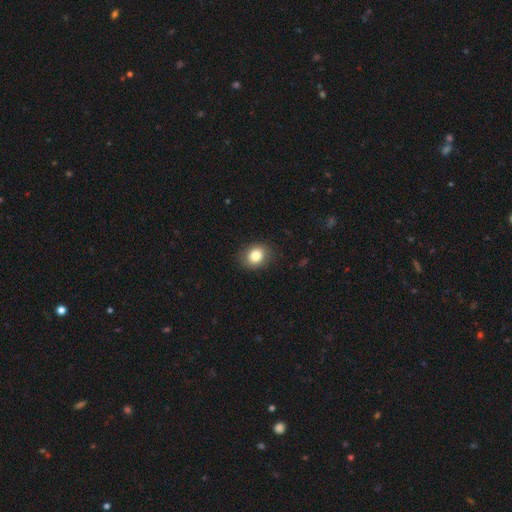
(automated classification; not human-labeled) smooth 83%, star or artifact 9%, featured or disk 8%. Down the decision tree: how rounded — round (57%); merging — none (86%).